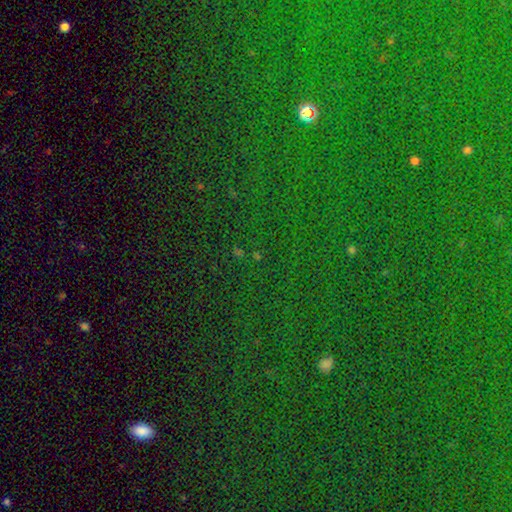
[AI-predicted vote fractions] smooth_or_featured: star or artifact (p=0.83) [alt: smooth p=0.09]